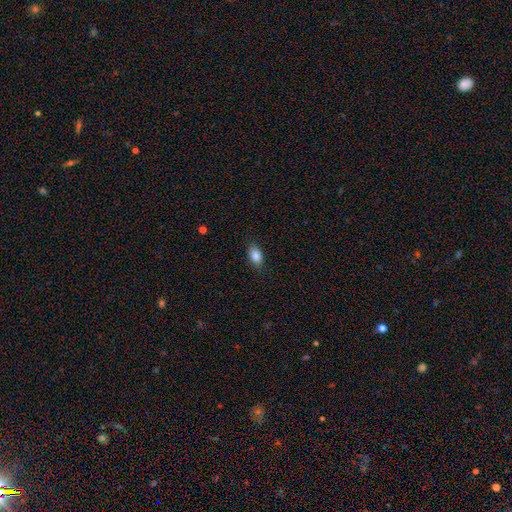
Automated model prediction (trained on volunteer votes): Smooth or featured? smooth (86%)
How rounded? in between (88%)
Merging? none (86%)